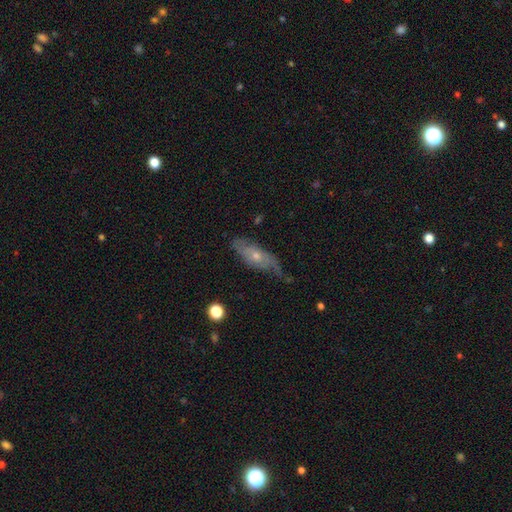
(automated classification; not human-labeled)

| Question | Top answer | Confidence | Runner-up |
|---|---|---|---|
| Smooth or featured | featured or disk | 61% | smooth (32%) |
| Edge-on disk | no | 78% | yes (22%) |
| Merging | none | 54% | minor disturbance (32%) |